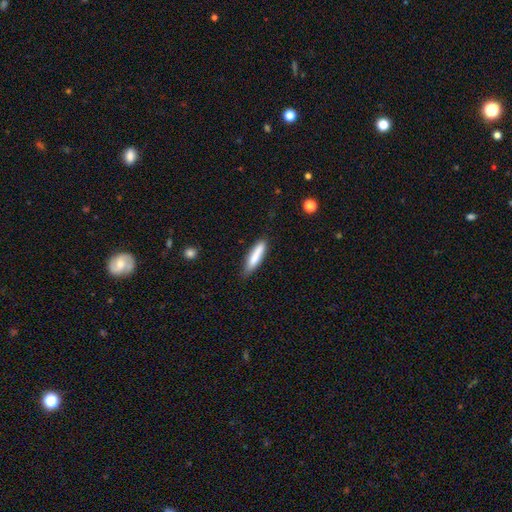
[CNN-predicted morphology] Overall: smooth (81%). How rounded: cigar-shaped (79%). Merging: none (76%).